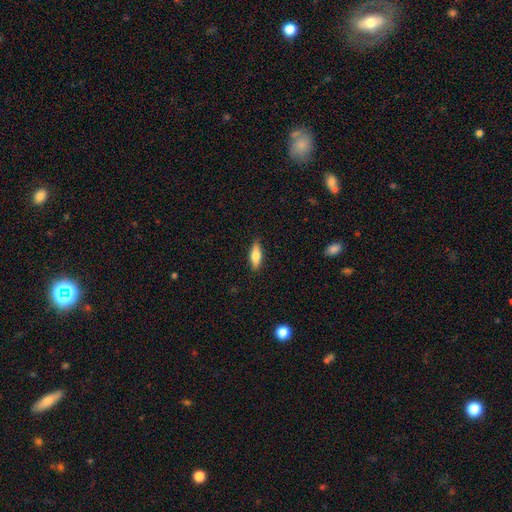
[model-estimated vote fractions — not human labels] This appears to be a smooth galaxy with no disk features (66%) that is in between round and cigar-shaped (51%). Merging: none (88%).